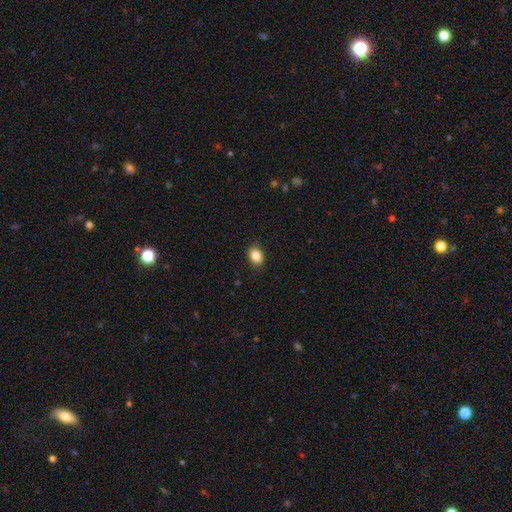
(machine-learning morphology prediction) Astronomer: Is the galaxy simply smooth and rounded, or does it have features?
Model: smooth — 86%.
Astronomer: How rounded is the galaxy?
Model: in between — 69%.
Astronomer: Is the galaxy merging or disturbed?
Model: none — 86%.